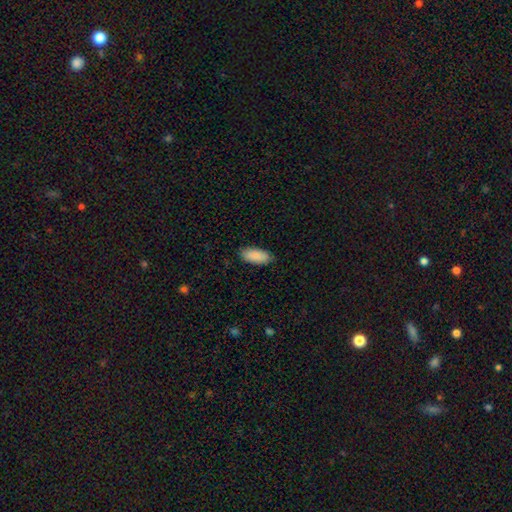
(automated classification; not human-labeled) This is clearly a smooth galaxy (90%). How rounded: clearly in between (88%). Merging: clearly none (86%).